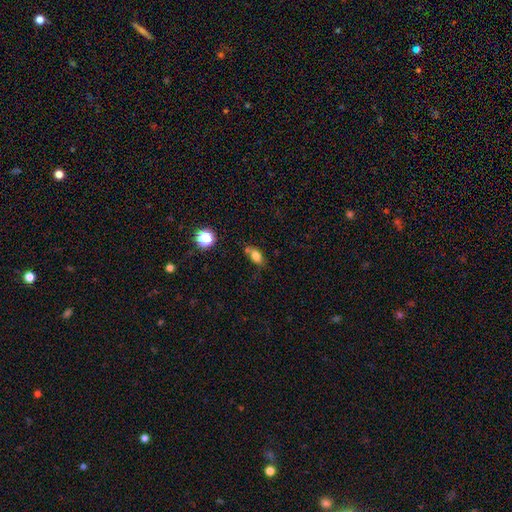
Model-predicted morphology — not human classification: Smooth or featured: smooth — 77% (star or artifact — 12%)
How rounded: in between — 79% (round — 15%)
Merging: none — 60% (minor disturbance — 20%)